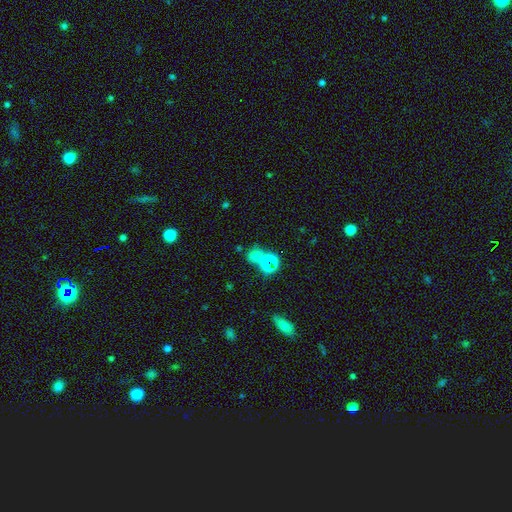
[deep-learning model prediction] smooth_or_featured: smooth (p=0.49) [alt: star or artifact p=0.42]
merging: none (p=0.45) [alt: merger p=0.32]